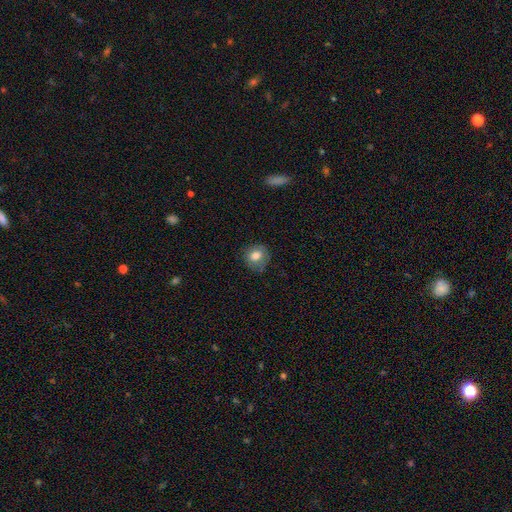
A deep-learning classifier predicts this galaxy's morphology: Q: Smooth or featured?
A: smooth (78%); runner-up: featured or disk (13%)
Q: How rounded?
A: round (77%); runner-up: in between (22%)
Q: Merging?
A: none (75%); runner-up: minor disturbance (19%)